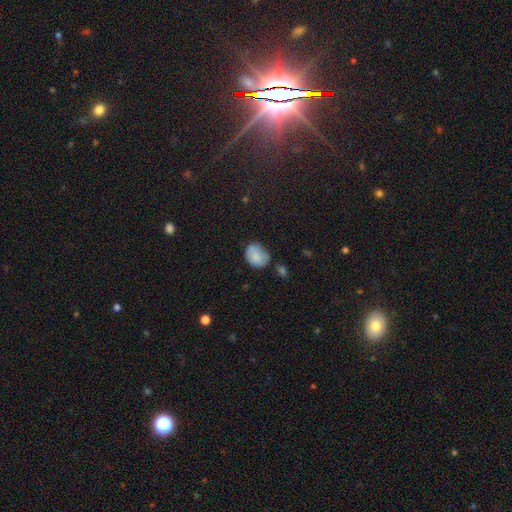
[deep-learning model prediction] Overall: smooth (80%). How rounded: in between (60%; round 39%). Merging: none (49%; minor disturbance 35%).